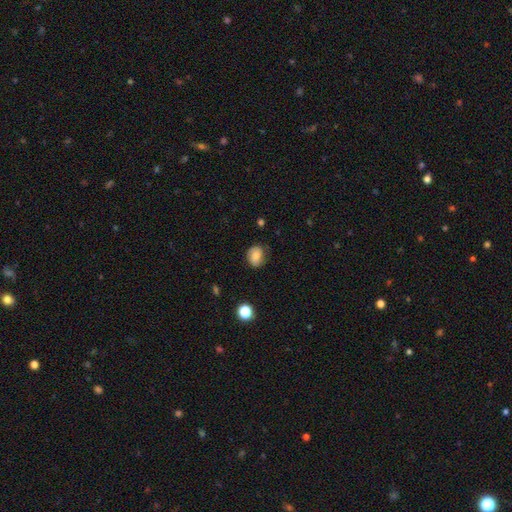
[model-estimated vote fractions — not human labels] Smooth or featured: smooth — 75% (featured or disk — 15%)
How rounded: round — 51% (in between — 48%)
Merging: none — 73% (minor disturbance — 20%)